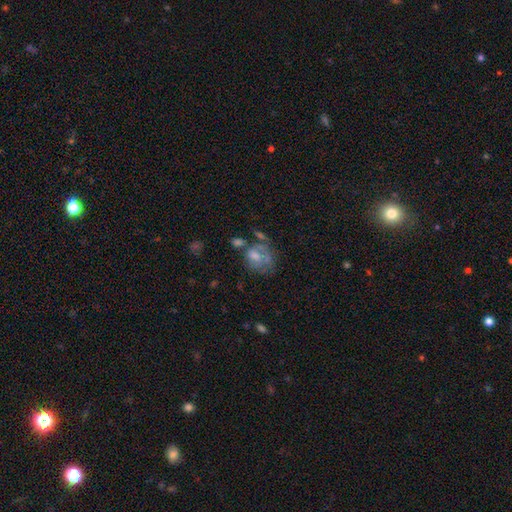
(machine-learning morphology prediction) type=featured or disk (44%); merging=none (32%).